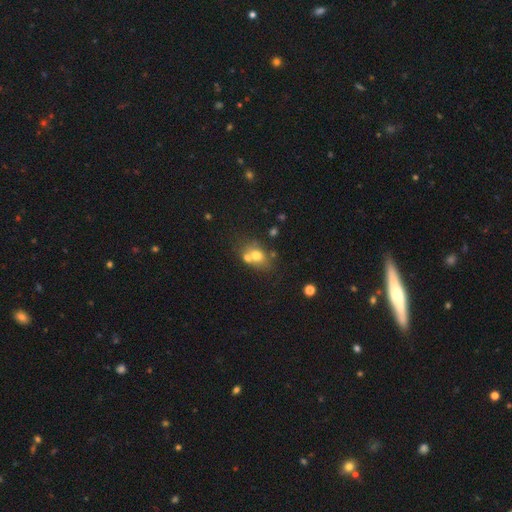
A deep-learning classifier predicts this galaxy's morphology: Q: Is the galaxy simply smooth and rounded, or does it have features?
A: smooth — 66%.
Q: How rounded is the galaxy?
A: round — 51%.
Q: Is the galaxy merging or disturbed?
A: none — 45%.